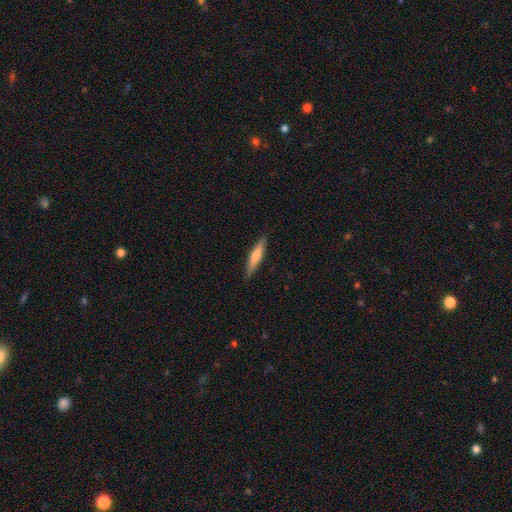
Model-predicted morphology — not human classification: This appears to be a smooth galaxy with no disk features (63%) that is cigar-shaped (88%). Merging: none (89%).